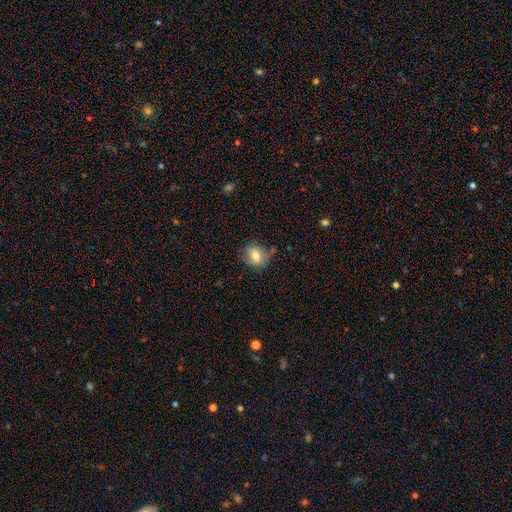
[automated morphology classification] Smooth or featured? Predicted: smooth (p=0.72). How rounded? Predicted: round (p=0.61). Merging? Predicted: none (p=0.71).